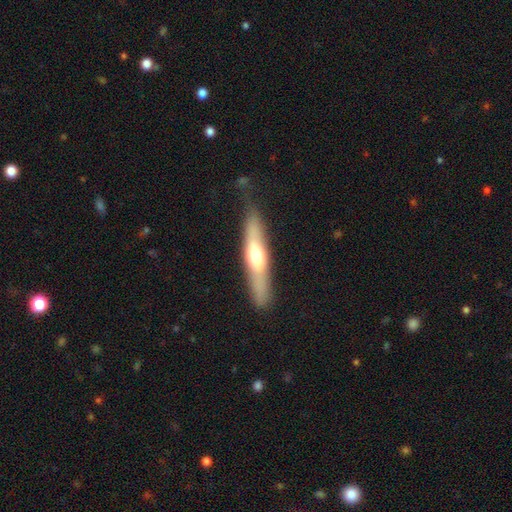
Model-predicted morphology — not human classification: This appears to be a featured or disk galaxy (49%). Merging: none (82%).